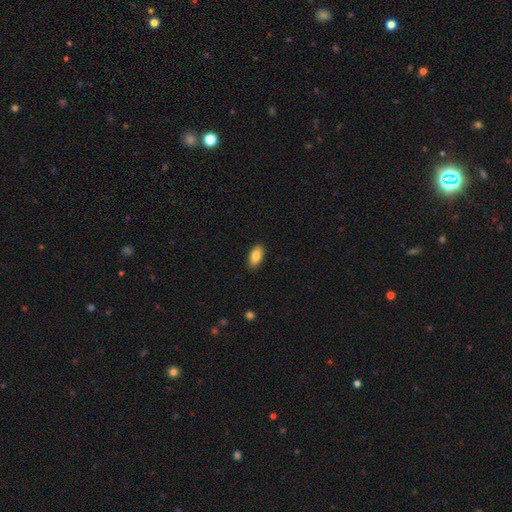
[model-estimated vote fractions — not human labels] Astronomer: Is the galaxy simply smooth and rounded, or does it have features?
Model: smooth — 84%.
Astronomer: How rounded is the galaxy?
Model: in between — 90%.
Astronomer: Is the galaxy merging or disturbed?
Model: none — 89%.